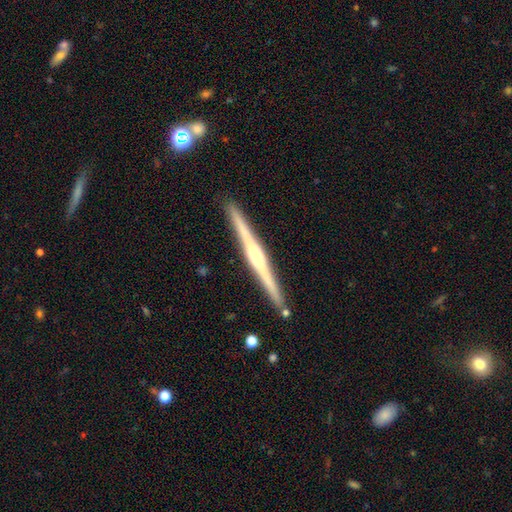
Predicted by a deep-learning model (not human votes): Smooth or featured?
  - featured or disk: 81% *
  - smooth: 14%
  - star or artifact: 5%
Edge-on disk?
  - yes: 99% *
  - no: 1%
Edge-on bulge?
  - rounded: 74% *
  - boxy: 14%
  - none: 12%
Merging?
  - none: 91% *
  - minor disturbance: 6%
  - merger: 2%
  - major disturbance: 1%